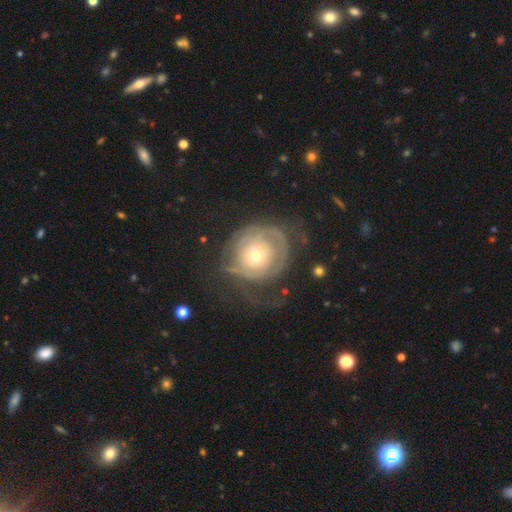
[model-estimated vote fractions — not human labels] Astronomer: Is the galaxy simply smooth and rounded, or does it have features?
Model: featured or disk — 71%.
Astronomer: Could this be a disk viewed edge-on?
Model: no — 96%.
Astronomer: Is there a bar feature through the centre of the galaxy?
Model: no — 83%.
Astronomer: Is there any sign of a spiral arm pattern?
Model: yes — 77%.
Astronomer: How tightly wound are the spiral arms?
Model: tight — 68%.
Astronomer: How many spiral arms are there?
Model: can't tell — 44% (runner-up: 2, 27%).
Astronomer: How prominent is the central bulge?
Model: small — 54% (runner-up: moderate, 39%).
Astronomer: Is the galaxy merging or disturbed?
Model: none — 53%.